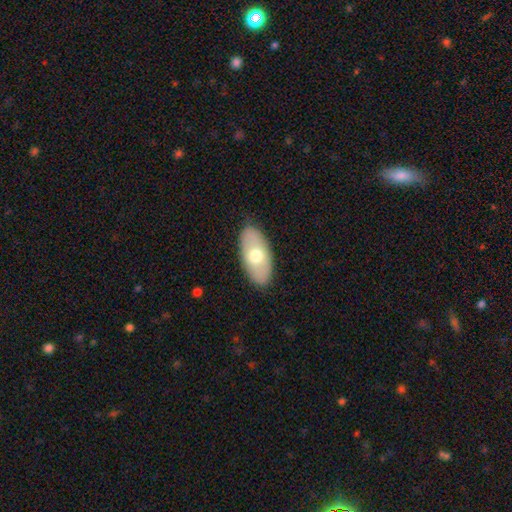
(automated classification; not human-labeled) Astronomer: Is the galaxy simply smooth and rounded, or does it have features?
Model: smooth — 63%.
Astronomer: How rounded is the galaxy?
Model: in between — 92%.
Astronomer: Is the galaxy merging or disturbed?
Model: none — 84%.